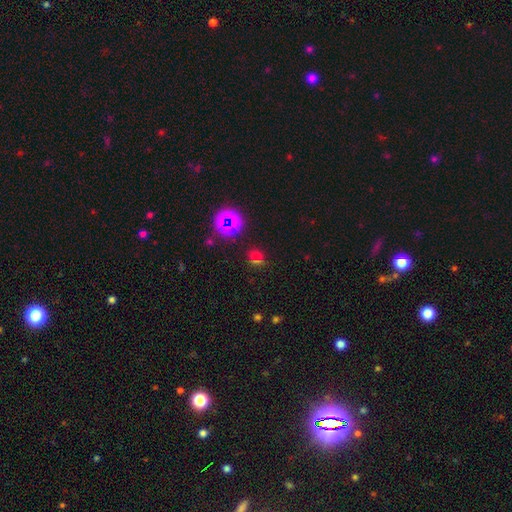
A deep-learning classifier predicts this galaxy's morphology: Q: Smooth or featured?
A: star or artifact (46%); runner-up: smooth (45%)